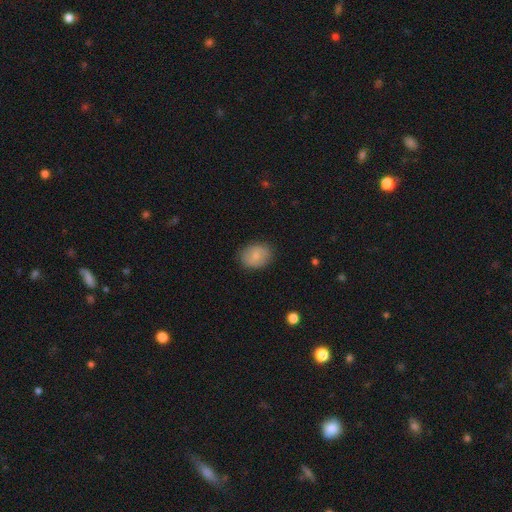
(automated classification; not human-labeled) A smooth galaxy with no disk features (76%) that is in between round and cigar-shaped (59%). Merging: none (84%).